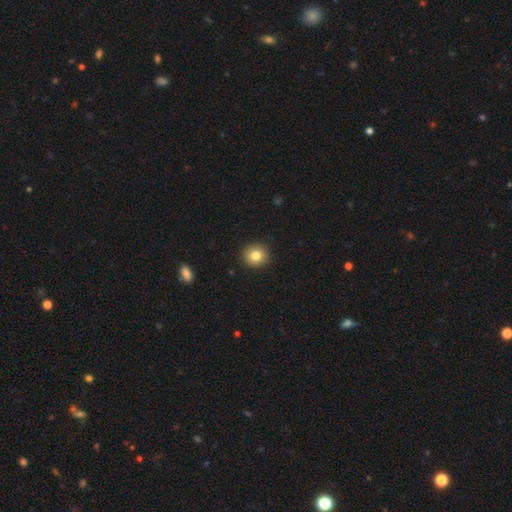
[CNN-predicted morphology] Smooth or featured? Predicted: smooth (p=0.82). How rounded? Predicted: round (p=0.90). Merging? Predicted: none (p=0.92).